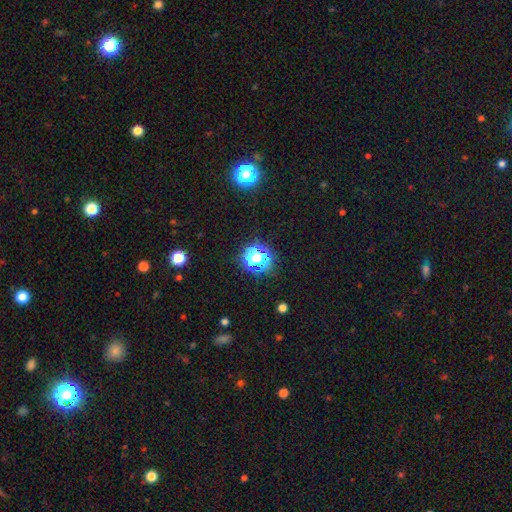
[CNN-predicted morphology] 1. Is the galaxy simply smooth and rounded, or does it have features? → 53% star or artifact, 38% smooth, 10% featured or disk.